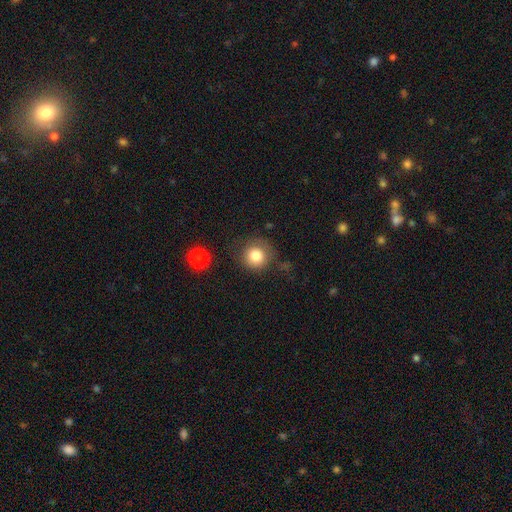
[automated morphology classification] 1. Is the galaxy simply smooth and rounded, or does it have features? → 82% smooth, 10% star or artifact, 8% featured or disk.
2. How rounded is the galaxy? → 92% round, 7% in between, 1% cigar-shaped.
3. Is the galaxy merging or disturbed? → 76% none, 15% minor disturbance, 6% major disturbance, 4% merger.